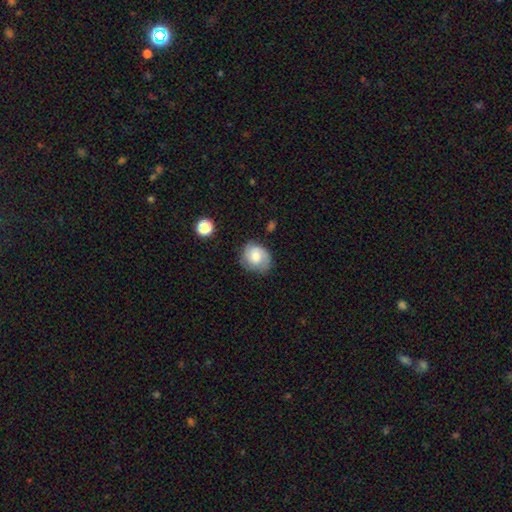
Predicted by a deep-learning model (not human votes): This is possibly a smooth galaxy (54%). How rounded: possibly round (59%). Merging: likely none (69%).